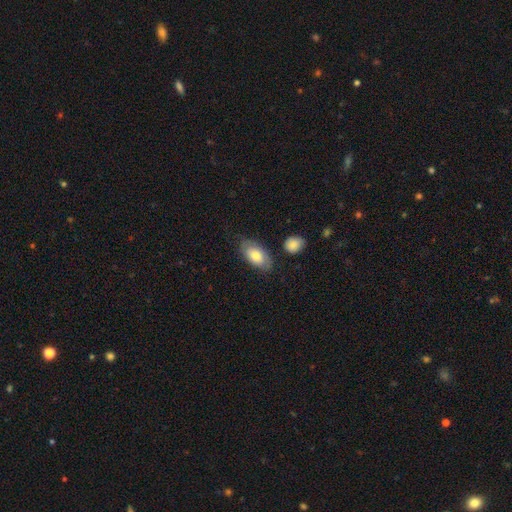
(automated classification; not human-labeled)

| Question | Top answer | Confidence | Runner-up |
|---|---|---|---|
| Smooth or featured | smooth | 70% | featured or disk (24%) |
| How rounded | in between | 93% | round (4%) |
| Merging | none | 71% | minor disturbance (20%) |